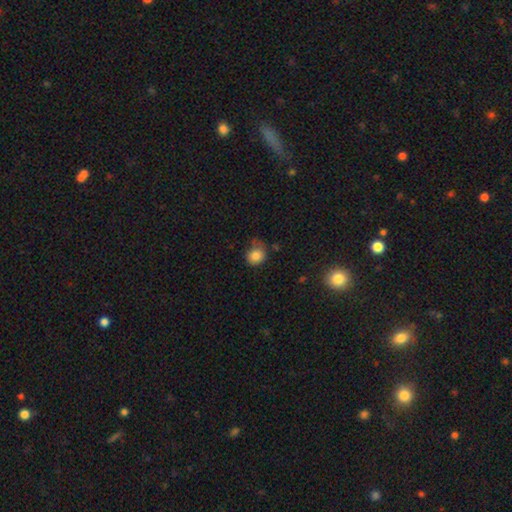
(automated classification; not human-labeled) A smooth galaxy with no disk features (83%) that is round (76%).

Vote fractions:
- Smooth or featured? smooth: 83% / star or artifact: 11% / featured or disk: 7%
- How rounded? round: 76% / in between: 23% / cigar-shaped: 1%
- Merging? none: 49% / minor disturbance: 34% / major disturbance: 13% / merger: 4%